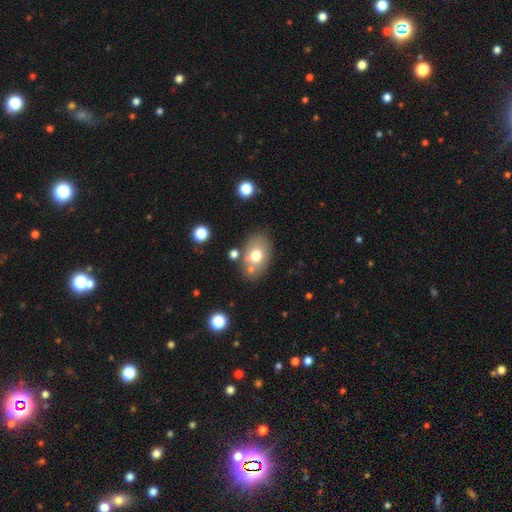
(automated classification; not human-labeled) Smooth or featured: smooth — 69% (featured or disk — 21%)
How rounded: in between — 79% (round — 20%)
Merging: none — 69% (minor disturbance — 15%)